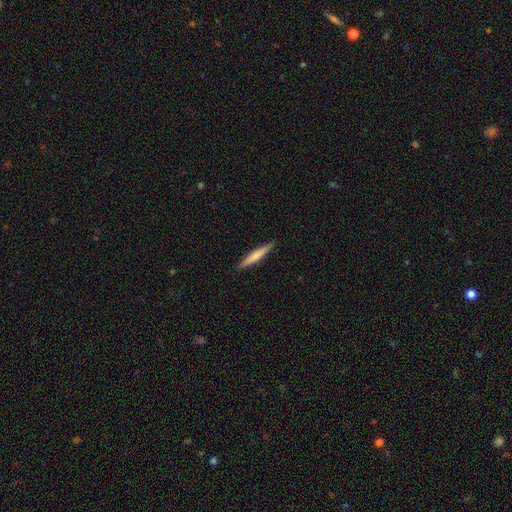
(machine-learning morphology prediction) The model was most divided on "smooth or featured": smooth: 61%, featured or disk: 34%, star or artifact: 5%. More confident: how rounded — cigar-shaped (94%); merging — none (90%).